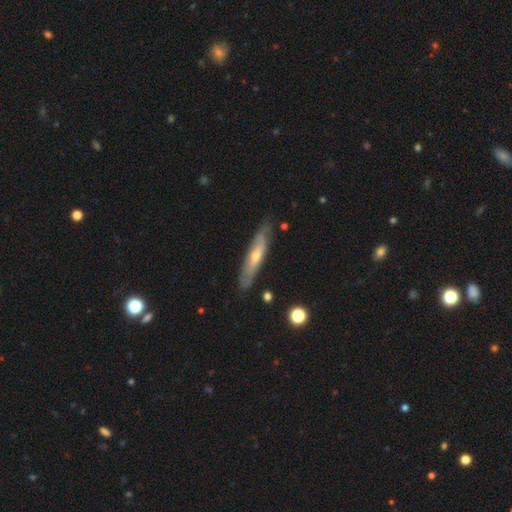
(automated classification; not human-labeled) A featured or disk galaxy (59%) viewed edge-on (63%). Merging: none (79%).